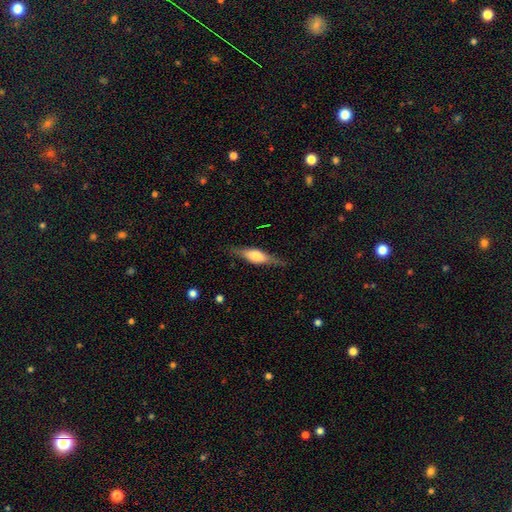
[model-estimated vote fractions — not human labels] smooth_or_featured: featured or disk (p=0.53) [alt: smooth p=0.40]
disk_edge_on: yes (p=0.92) [alt: no p=0.08]
merging: none (p=0.80) [alt: minor disturbance p=0.15]